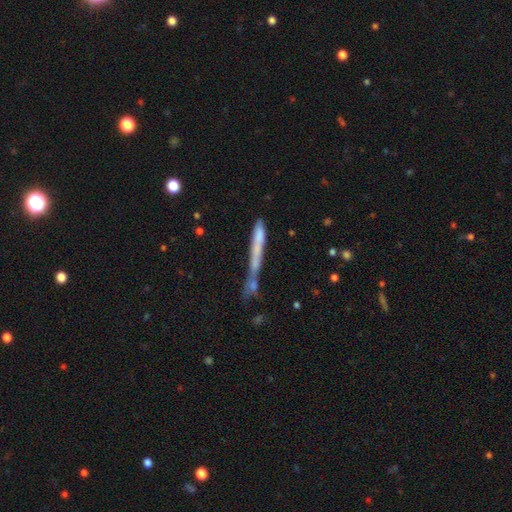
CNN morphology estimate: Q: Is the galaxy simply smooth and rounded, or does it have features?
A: smooth — 58%.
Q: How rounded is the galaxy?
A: cigar-shaped — 93%.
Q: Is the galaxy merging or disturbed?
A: merger — 38%.